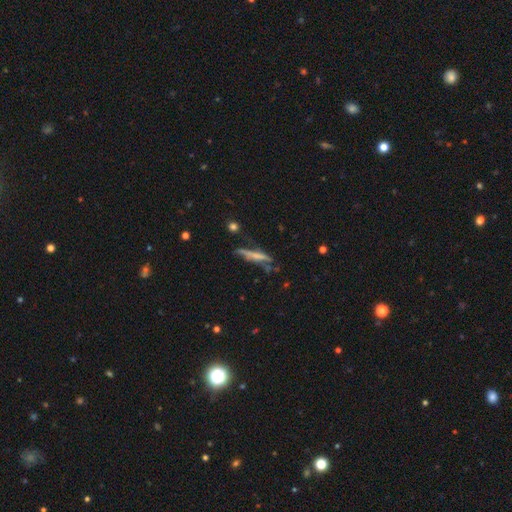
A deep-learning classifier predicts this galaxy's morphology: The model was most divided on "smooth or featured": featured or disk: 49%, smooth: 41%, star or artifact: 10%. More confident: merging — none (51%).